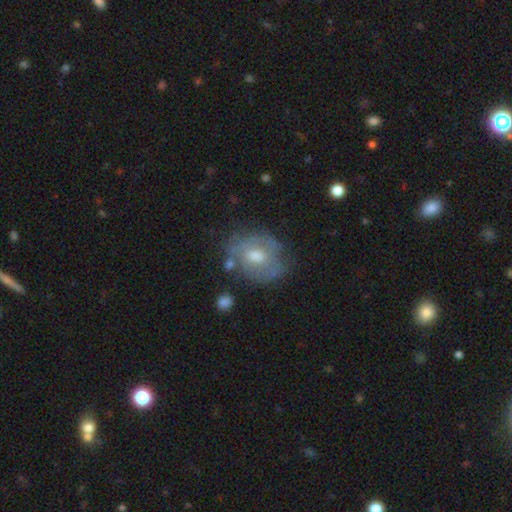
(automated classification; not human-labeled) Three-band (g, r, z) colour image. It shows a featured or disk galaxy (53%) with no bar (64%), no spiral arms (54%) and a moderate central bulge (69%). Merging: none (65%).